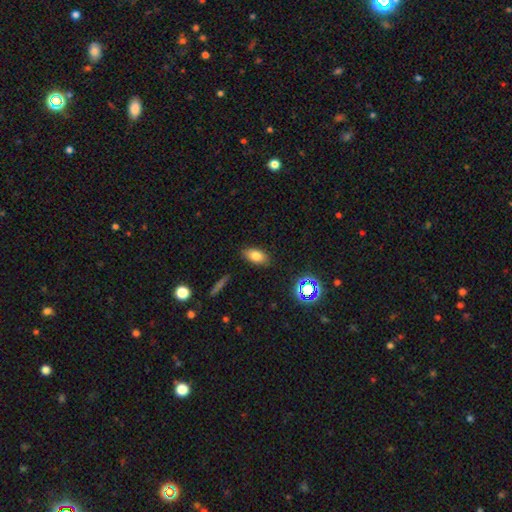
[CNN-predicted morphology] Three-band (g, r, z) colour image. It shows a smooth galaxy with no disk features (78%) that is in between round and cigar-shaped (88%). Merging: none (86%).